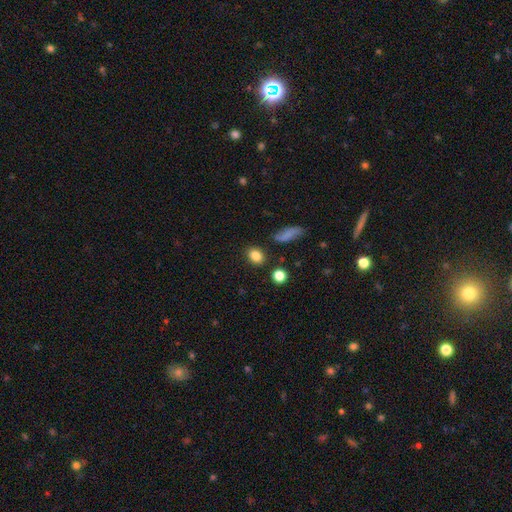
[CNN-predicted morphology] Smooth or featured? smooth (83%)
How rounded? in between (58%)
Merging? none (83%)